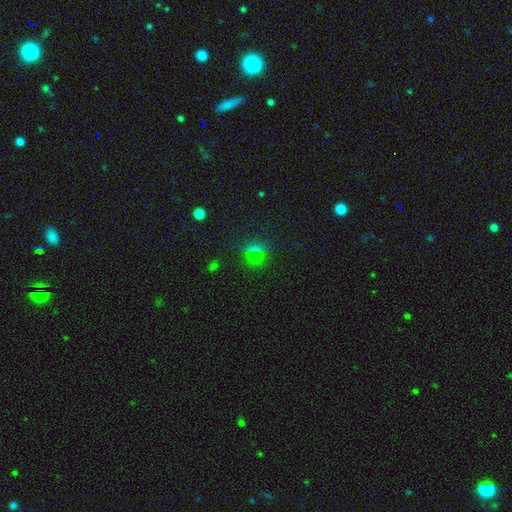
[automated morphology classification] smooth-or-featured: smooth: 50% | star or artifact: 41% | featured or disk: 9%
  how-rounded: round: 87% | in between: 10% | cigar-shaped: 3%
  merging: none: 82% | minor disturbance: 9% | merger: 5% | major disturbance: 4%